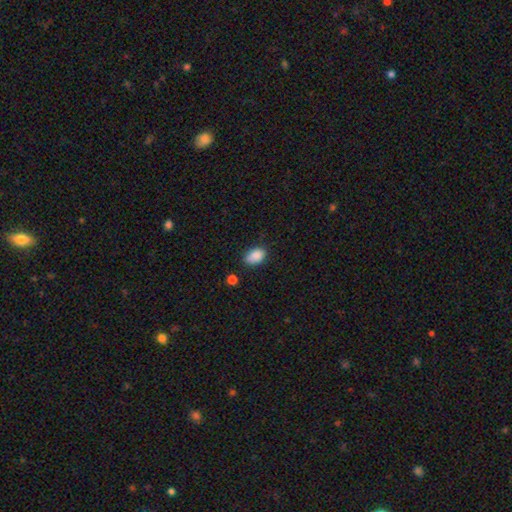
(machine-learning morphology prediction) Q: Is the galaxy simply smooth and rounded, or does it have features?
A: smooth — 88%.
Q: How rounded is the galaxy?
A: in between — 87%.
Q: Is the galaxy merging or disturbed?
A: none — 73%.